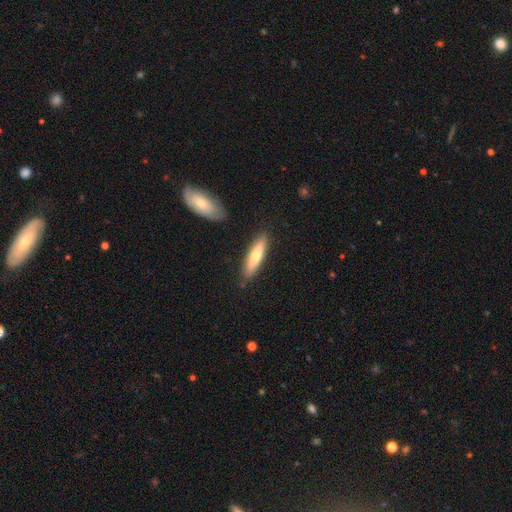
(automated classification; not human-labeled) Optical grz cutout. It shows a smooth galaxy with no disk features (57%) that is cigar-shaped (77%). Merging: none (87%).